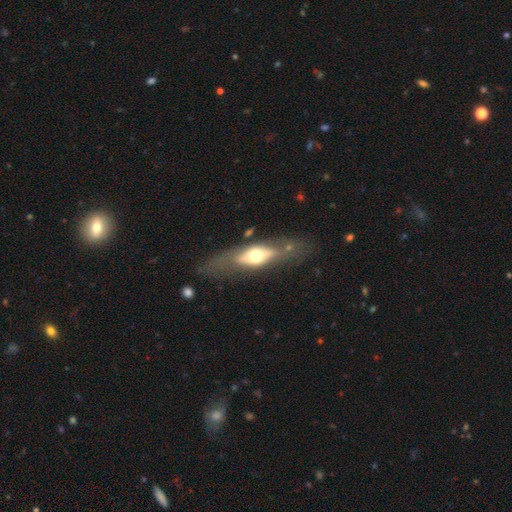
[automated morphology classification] This is possibly a featured or disk galaxy (54%). It is possibly viewed edge-on (58%). Merging: likely none (63%).